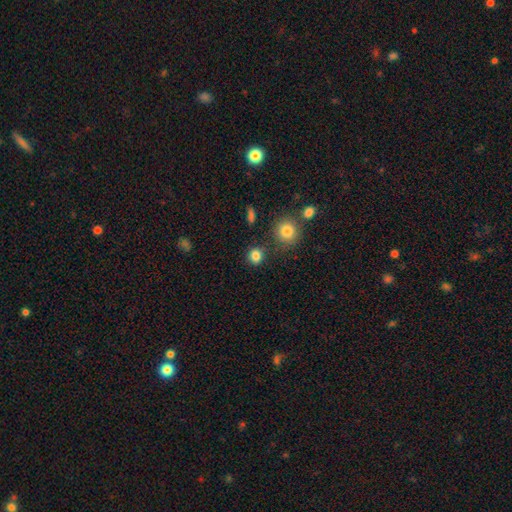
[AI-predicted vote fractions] The model was most divided on "how rounded": round: 83%, in between: 15%, cigar-shaped: 1%. More confident: smooth or featured — smooth (84%); merging — none (82%).